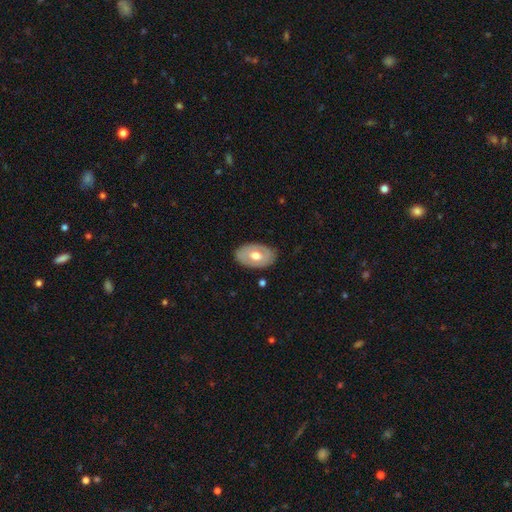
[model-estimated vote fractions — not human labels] A smooth galaxy with no disk features (48%).

Vote fractions:
- Smooth or featured? smooth: 48% / featured or disk: 46% / star or artifact: 5%
- Merging? none: 83% / minor disturbance: 13% / major disturbance: 3% / merger: 1%